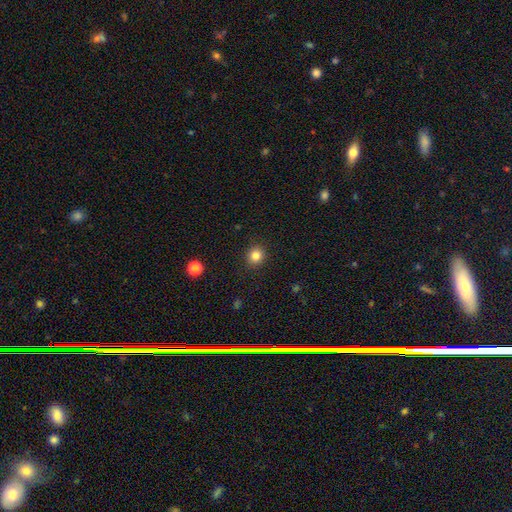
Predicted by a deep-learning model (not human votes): This is clearly a smooth galaxy (83%). How rounded: clearly round (86%). Merging: clearly none (91%).